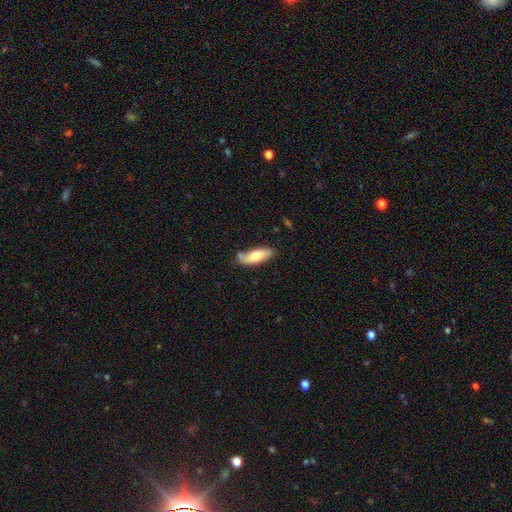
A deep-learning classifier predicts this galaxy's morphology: Smooth or featured? smooth (63%)
How rounded? in between (64%)
Merging? none (67%)